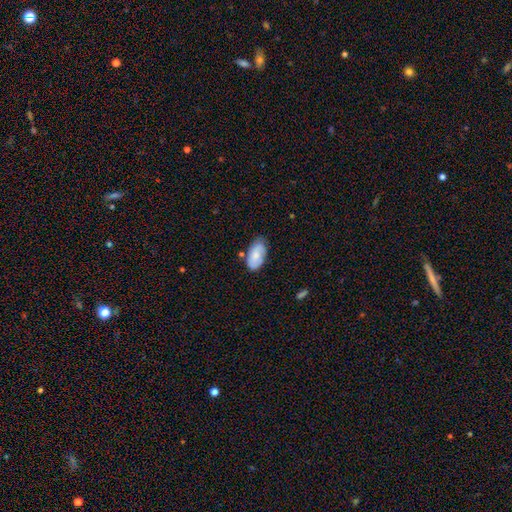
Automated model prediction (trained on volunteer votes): Morphology: type=smooth (63%); roundness=in between (94%); merging=none (64%).